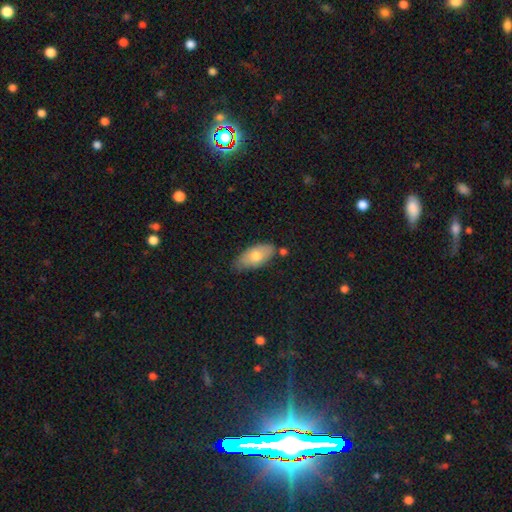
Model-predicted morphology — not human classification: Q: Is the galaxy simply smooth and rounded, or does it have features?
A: smooth — 72%.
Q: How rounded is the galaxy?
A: in between — 89%.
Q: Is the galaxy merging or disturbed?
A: none — 67%.